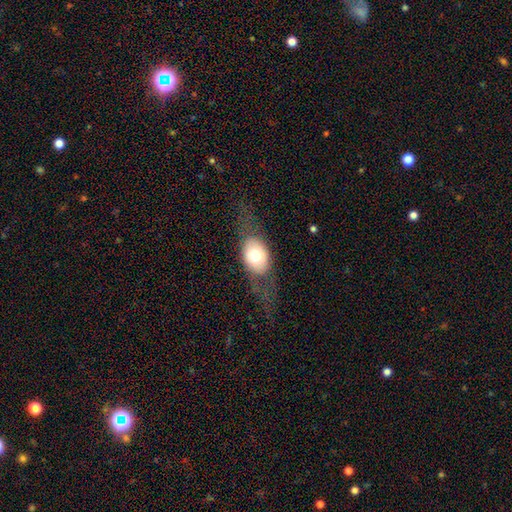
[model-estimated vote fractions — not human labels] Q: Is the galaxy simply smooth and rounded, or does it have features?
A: smooth — 59%.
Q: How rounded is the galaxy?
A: in between — 78%.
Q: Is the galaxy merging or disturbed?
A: none — 63%.